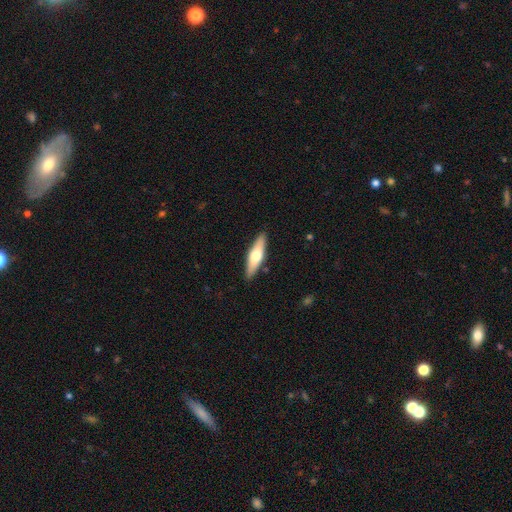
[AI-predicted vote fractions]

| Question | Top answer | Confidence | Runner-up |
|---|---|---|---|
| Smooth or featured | smooth | 48% | featured or disk (46%) |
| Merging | none | 89% | minor disturbance (8%) |